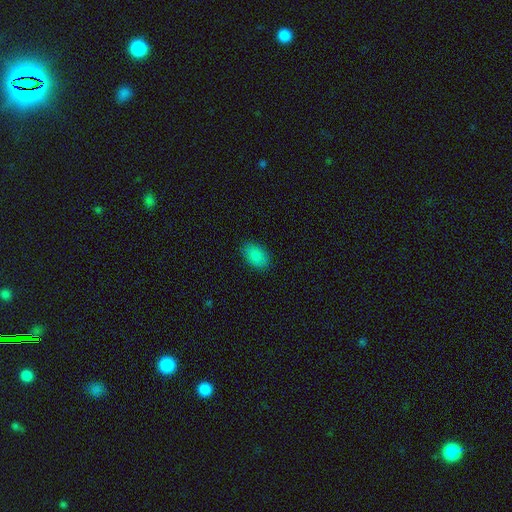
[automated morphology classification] This appears to be a smooth galaxy with no disk features (88%) that is in between round and cigar-shaped (91%). Merging: none (87%).